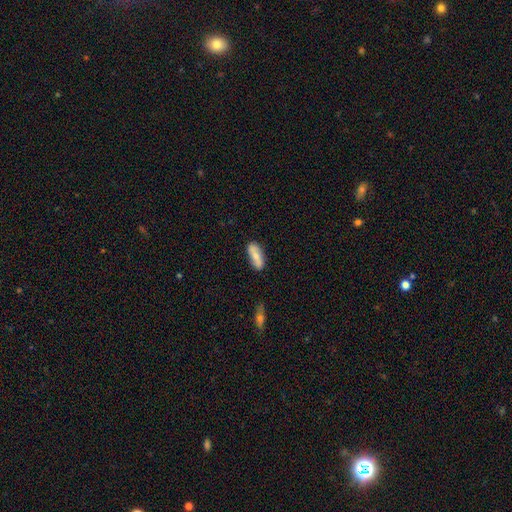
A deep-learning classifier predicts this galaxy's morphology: Q: Smooth or featured?
A: smooth (65%); runner-up: featured or disk (29%)
Q: How rounded?
A: in between (70%); runner-up: cigar-shaped (27%)
Q: Merging?
A: none (82%); runner-up: minor disturbance (13%)